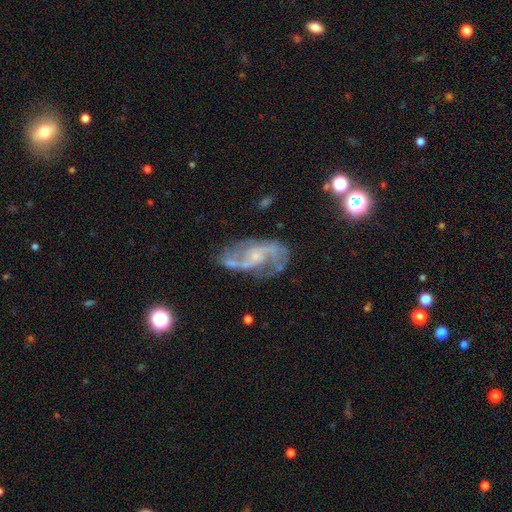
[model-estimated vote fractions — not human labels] A featured or disk galaxy (84%) with no bar (51%), 2 (75%) medium (50%) spiral arms (94%) and a small central bulge (57%).

Vote fractions:
- Smooth or featured? featured or disk: 84% / star or artifact: 8% / smooth: 8%
- Edge-on disk? no: 96% / yes: 4%
- Bar? no: 51% / weak: 40% / strong: 9%
- Spiral arms? yes: 94% / no: 6%
- Spiral winding? medium: 50% / loose: 31% / tight: 20%
- Spiral arm count? 2: 75% / can't tell: 11% / 3: 8% / 1: 3% / 4: 2% / more than 4: 2%
- Bulge size? small: 57% / moderate: 25% / none: 15% / large: 2% / dominant: 1%
- Merging? none: 65% / minor disturbance: 19% / major disturbance: 11% / merger: 5%